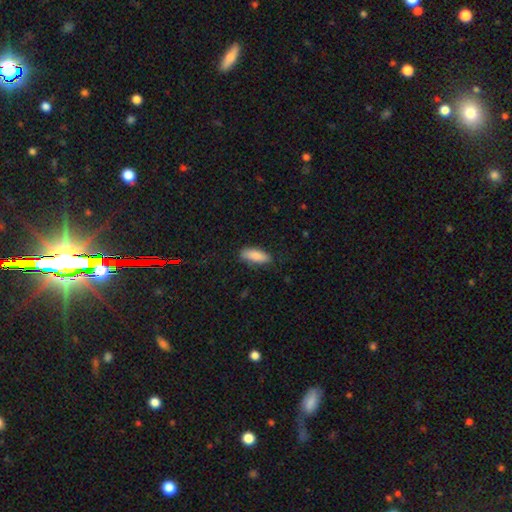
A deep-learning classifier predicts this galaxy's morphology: smooth 87%, featured or disk 7%, star or artifact 6%. Down the decision tree: how rounded — in between (68%); merging — none (81%).